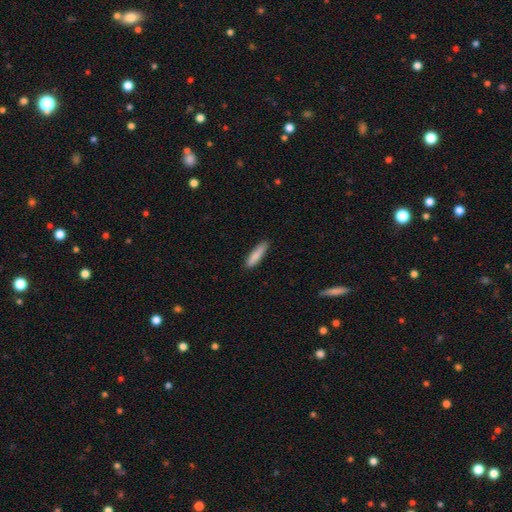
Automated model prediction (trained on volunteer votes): The model was most divided on "how rounded": cigar-shaped: 79%, in between: 20%, round: 1%. More confident: merging — none (86%); smooth or featured — smooth (86%).